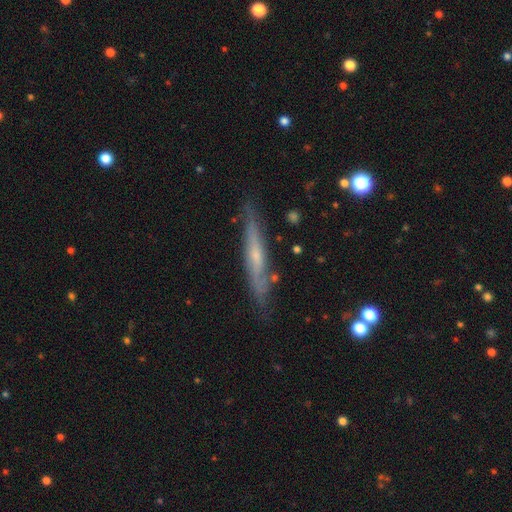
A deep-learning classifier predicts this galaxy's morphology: smooth_or_featured: featured or disk (p=0.61) [alt: smooth p=0.32]
disk_edge_on: yes (p=0.87) [alt: no p=0.13]
edge_on_bulge: none (p=0.49) [alt: rounded p=0.45]
merging: none (p=0.79) [alt: minor disturbance p=0.15]